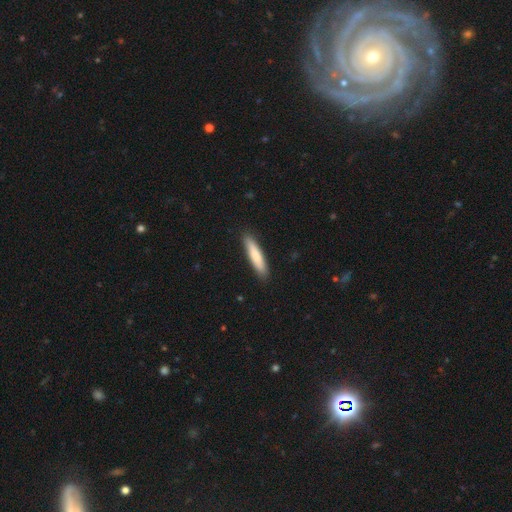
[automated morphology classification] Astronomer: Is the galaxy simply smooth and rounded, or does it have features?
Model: smooth — 80%.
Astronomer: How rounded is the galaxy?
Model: cigar-shaped — 85%.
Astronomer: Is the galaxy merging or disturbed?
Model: none — 89%.